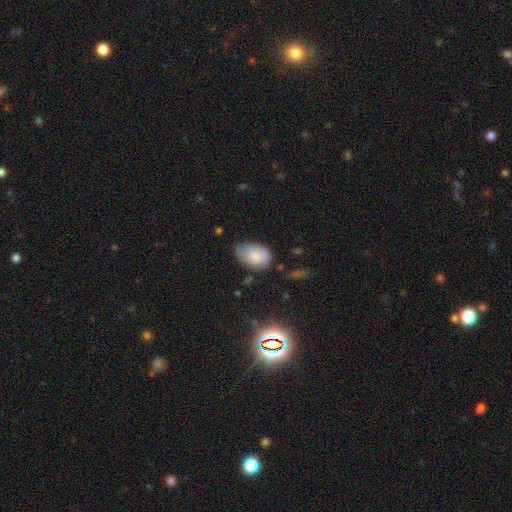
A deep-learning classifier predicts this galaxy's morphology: Smooth or featured: smooth — 79% (featured or disk — 13%)
How rounded: in between — 88% (round — 11%)
Merging: none — 55% (minor disturbance — 33%)